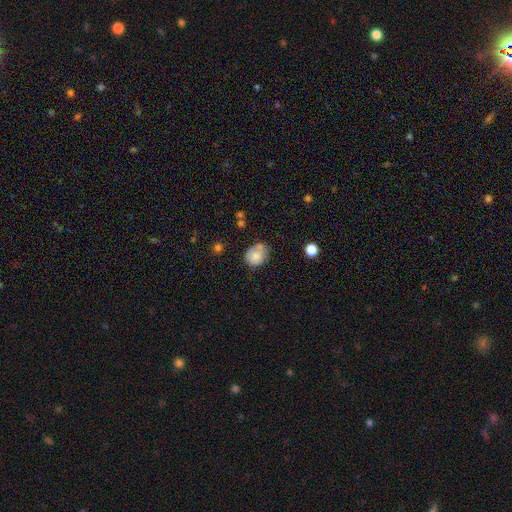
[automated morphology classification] Smooth or featured?
  - smooth: 74% *
  - featured or disk: 18%
  - star or artifact: 9%
How rounded?
  - round: 54% *
  - in between: 45%
  - cigar-shaped: 1%
Merging?
  - none: 53% *
  - minor disturbance: 28%
  - merger: 10%
  - major disturbance: 9%